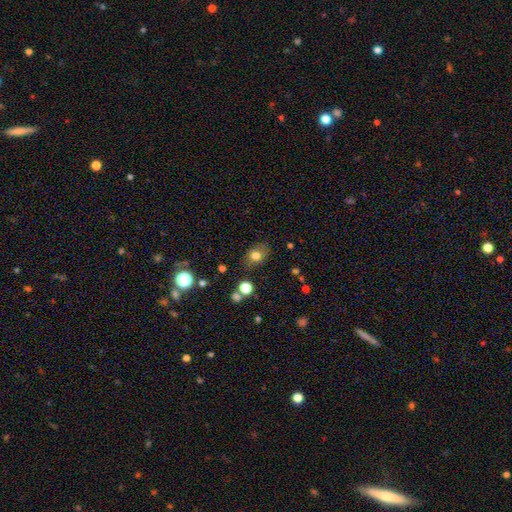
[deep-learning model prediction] Q: Smooth or featured?
A: smooth (76%); runner-up: star or artifact (12%)
Q: How rounded?
A: in between (62%); runner-up: round (37%)
Q: Merging?
A: none (76%); runner-up: minor disturbance (16%)